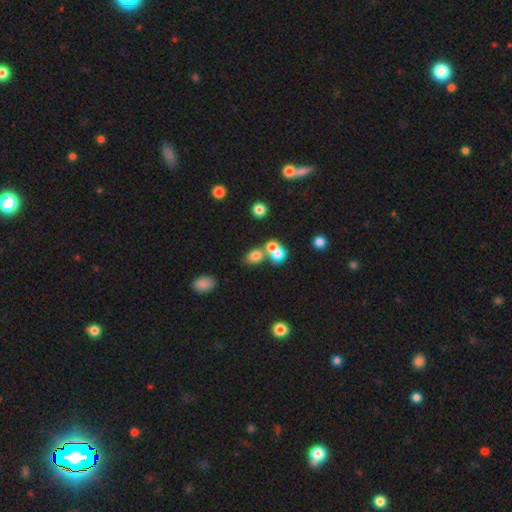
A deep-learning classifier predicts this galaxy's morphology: A smooth galaxy with no disk features (72%) that is round (49%, tied with in between). Merging: merger (46%).